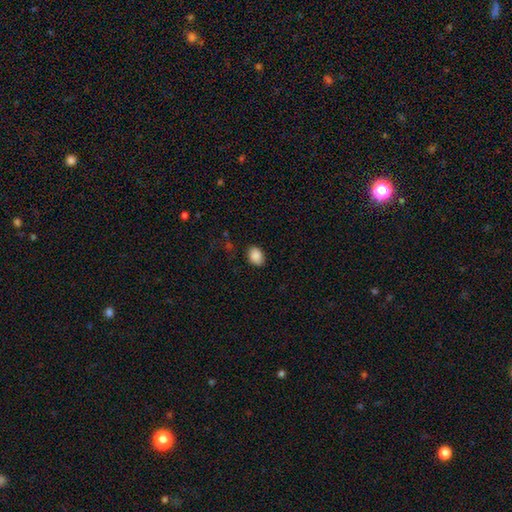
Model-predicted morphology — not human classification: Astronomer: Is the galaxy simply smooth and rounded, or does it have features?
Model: smooth — 89%.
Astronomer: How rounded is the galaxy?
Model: in between — 74%.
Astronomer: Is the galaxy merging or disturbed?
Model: none — 84%.